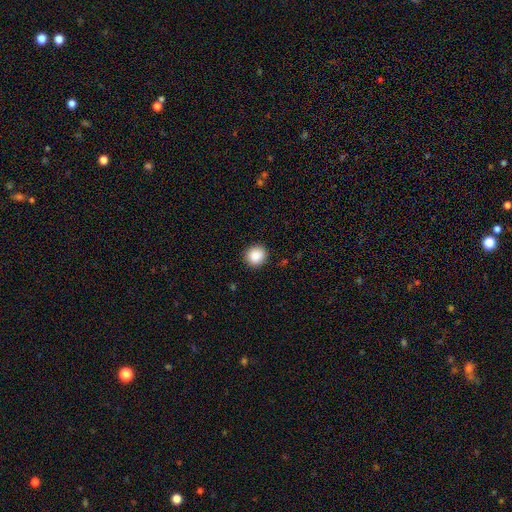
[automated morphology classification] Smooth or featured: smooth — 88% (star or artifact — 9%)
How rounded: round — 89% (in between — 10%)
Merging: none — 90% (minor disturbance — 7%)